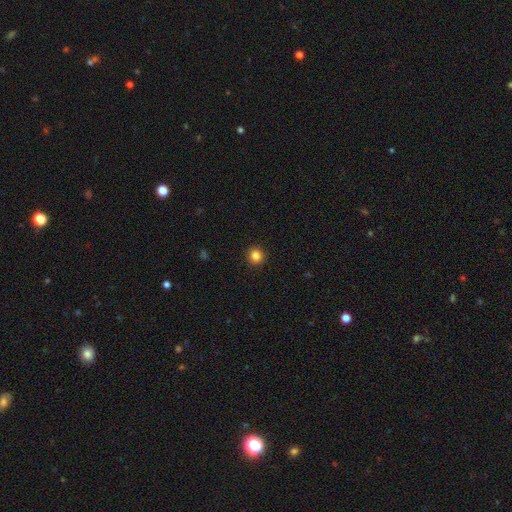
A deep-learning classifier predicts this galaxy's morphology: smooth-or-featured: smooth: 85% | star or artifact: 11% | featured or disk: 4%
  how-rounded: round: 92% | in between: 7% | cigar-shaped: 1%
  merging: none: 92% | minor disturbance: 5% | major disturbance: 2% | merger: 1%